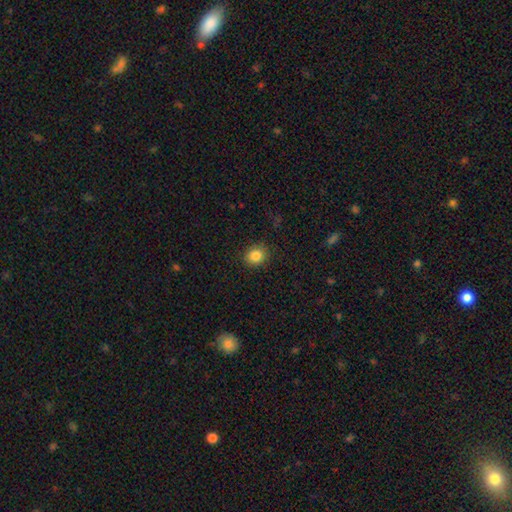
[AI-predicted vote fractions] smooth-or-featured: smooth: 85% | star or artifact: 10% | featured or disk: 5%
  how-rounded: round: 75% | in between: 24% | cigar-shaped: 1%
  merging: none: 89% | minor disturbance: 8% | major disturbance: 2% | merger: 1%